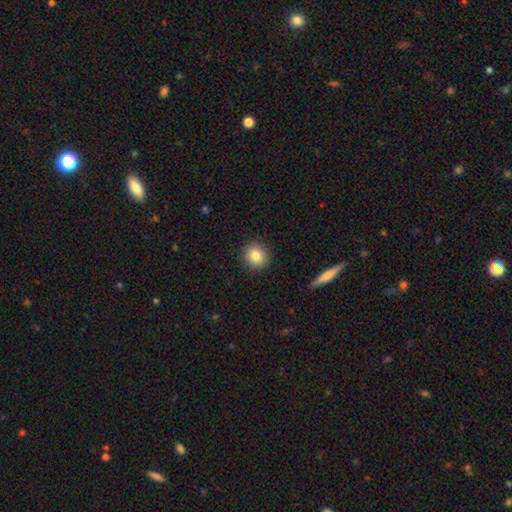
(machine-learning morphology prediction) smooth_or_featured: smooth (p=0.84) [alt: star or artifact p=0.09]
how_rounded: round (p=0.84) [alt: in between p=0.15]
merging: none (p=0.90) [alt: minor disturbance p=0.07]